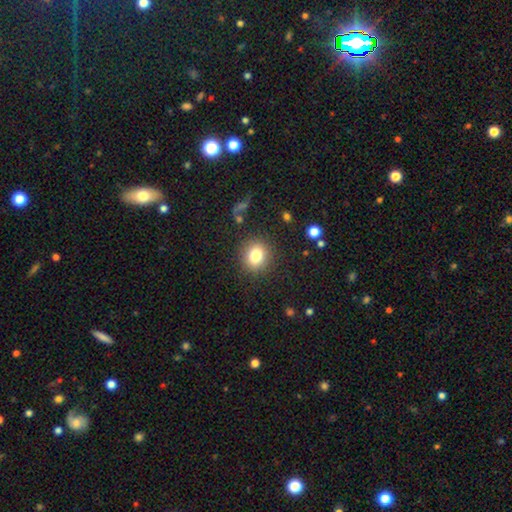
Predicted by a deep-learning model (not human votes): Smooth or featured? Predicted: smooth (p=0.80). How rounded? Predicted: round (p=0.80). Merging? Predicted: none (p=0.88).